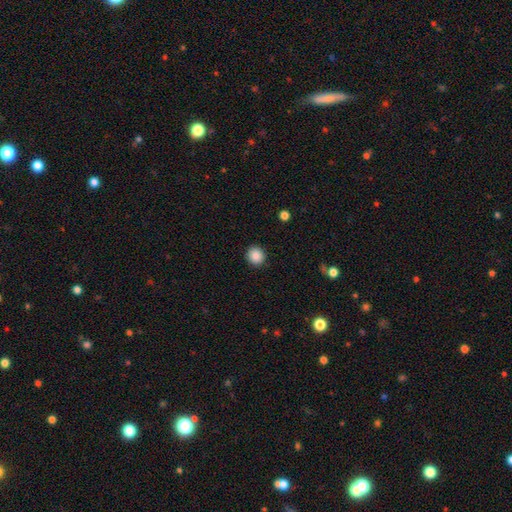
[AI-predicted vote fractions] Overall: smooth (88%). How rounded: round (89%). Merging: none (92%).